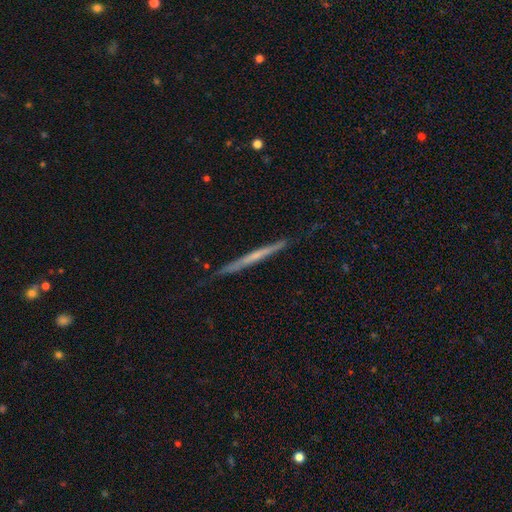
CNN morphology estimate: This appears to be a featured or disk galaxy (58%) viewed edge-on (97%) with no central bulge (76%). Merging: none (85%).